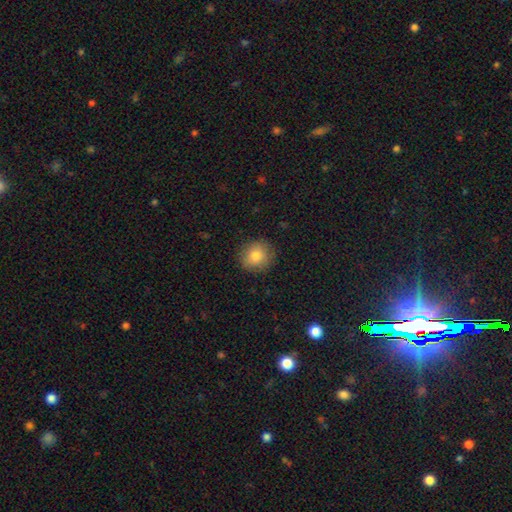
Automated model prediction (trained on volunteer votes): The model was most divided on "smooth or featured": smooth: 82%, star or artifact: 9%, featured or disk: 9%. More confident: merging — none (88%); how rounded — round (87%).